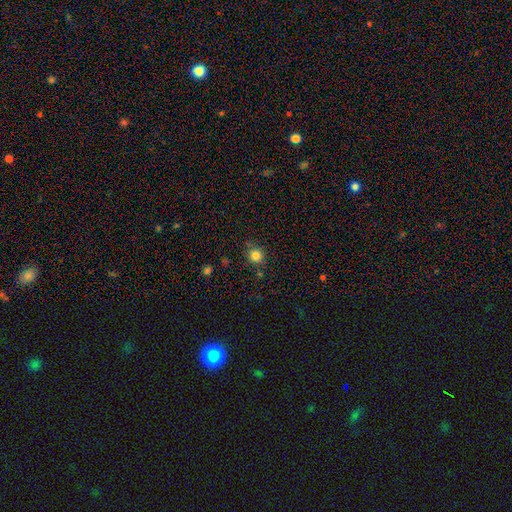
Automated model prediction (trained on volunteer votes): This appears to be a smooth galaxy with no disk features (83%) that is round (92%). Merging: none (80%).